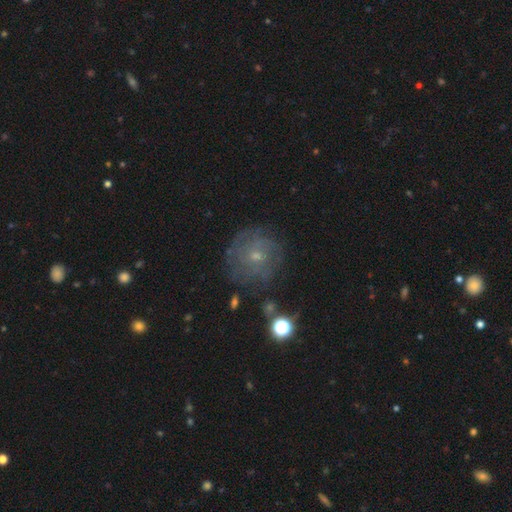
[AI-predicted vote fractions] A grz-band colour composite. It shows a featured or disk galaxy (55%) with no bar (78%), spiral arms (71%) and a small central bulge (64%). Merging: none (73%).